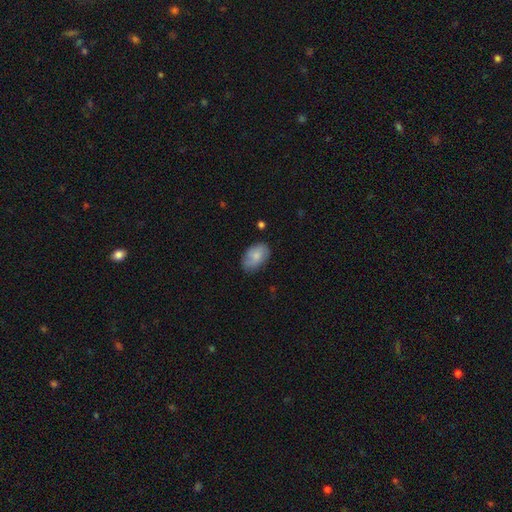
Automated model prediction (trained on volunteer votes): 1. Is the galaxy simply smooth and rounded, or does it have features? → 73% smooth, 20% featured or disk, 7% star or artifact.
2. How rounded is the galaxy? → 89% in between, 9% round, 1% cigar-shaped.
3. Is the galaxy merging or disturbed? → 74% none, 20% minor disturbance, 4% major disturbance, 2% merger.